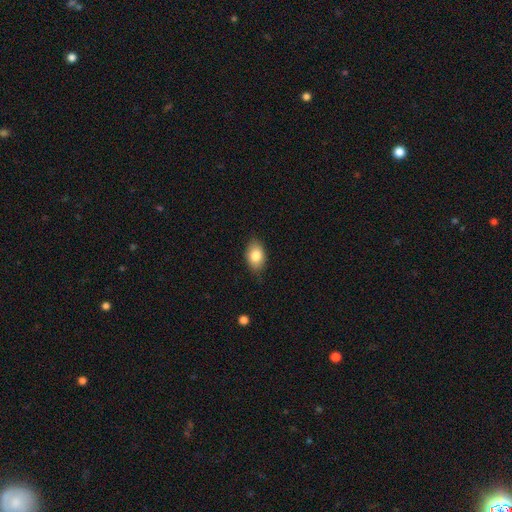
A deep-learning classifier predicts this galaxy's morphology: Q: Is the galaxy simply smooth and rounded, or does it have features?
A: smooth — 83%.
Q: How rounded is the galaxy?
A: in between — 86%.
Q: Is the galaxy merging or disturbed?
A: none — 81%.